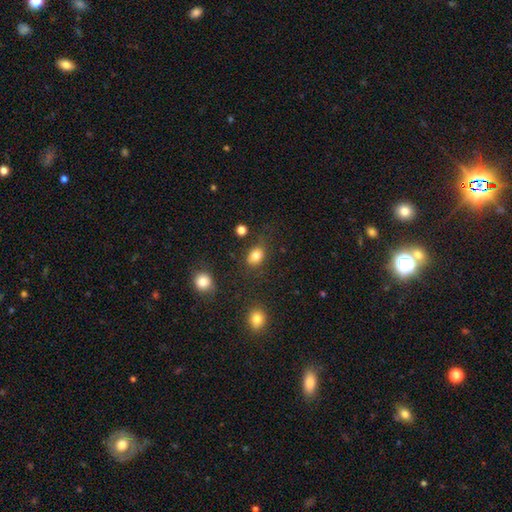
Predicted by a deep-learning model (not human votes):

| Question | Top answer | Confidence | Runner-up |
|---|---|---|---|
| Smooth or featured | smooth | 81% | star or artifact (11%) |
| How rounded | in between | 65% | round (34%) |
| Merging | none | 75% | minor disturbance (15%) |